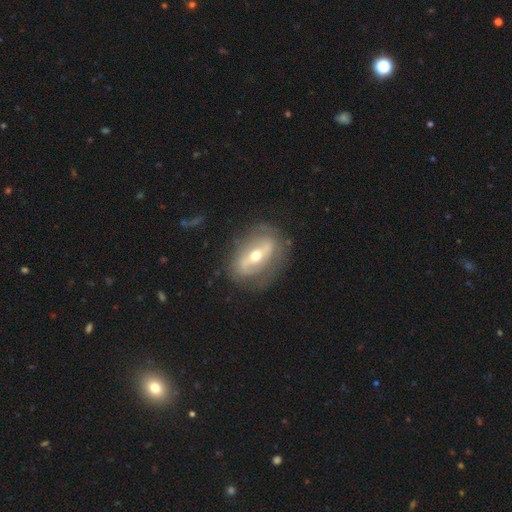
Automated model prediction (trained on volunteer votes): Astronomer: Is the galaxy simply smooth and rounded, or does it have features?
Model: featured or disk — 74%.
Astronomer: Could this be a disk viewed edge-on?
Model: no — 86%.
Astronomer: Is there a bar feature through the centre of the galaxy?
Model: strong — 58%.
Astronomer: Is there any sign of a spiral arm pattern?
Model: yes — 52% (runner-up: no, 48%).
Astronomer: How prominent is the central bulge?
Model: moderate — 65%.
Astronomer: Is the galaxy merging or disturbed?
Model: none — 75%.